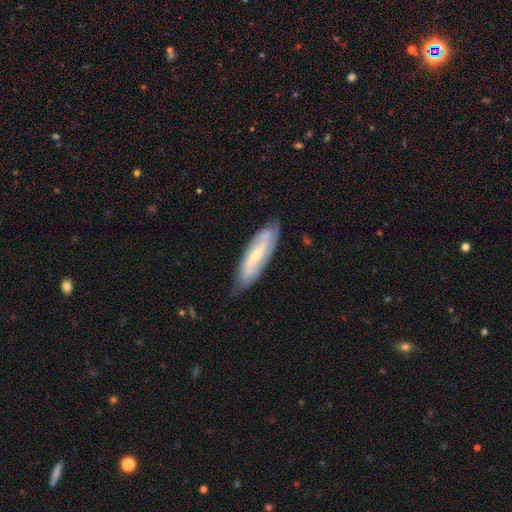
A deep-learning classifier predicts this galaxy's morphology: This is likely a featured or disk galaxy (71%). It is likely not viewed edge-on (80%). Bar: marginally weak (41%). Spiral arm pattern: clearly yes (89%). Spiral arm count: likely 2 (72%). Spiral winding: marginally medium (38%). Central bulge: likely small (65%). Merging: likely none (78%).